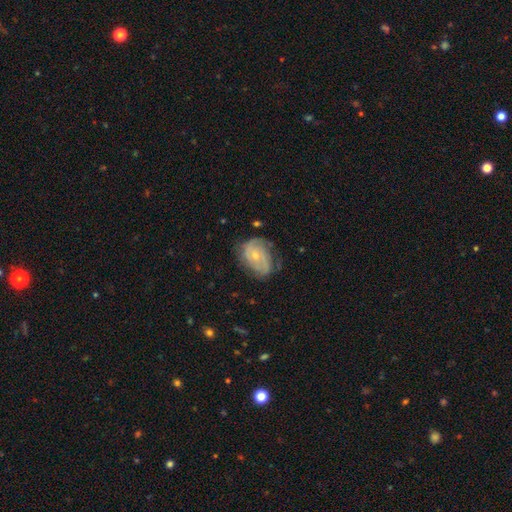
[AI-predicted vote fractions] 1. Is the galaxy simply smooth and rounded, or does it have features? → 69% featured or disk, 24% smooth, 7% star or artifact.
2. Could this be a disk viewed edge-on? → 97% no, 3% yes.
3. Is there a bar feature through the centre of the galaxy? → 73% no, 23% weak, 4% strong.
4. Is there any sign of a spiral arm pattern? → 87% yes, 13% no.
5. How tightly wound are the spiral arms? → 46% tight, 38% medium, 17% loose.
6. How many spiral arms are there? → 47% 2, 28% can't tell, 14% 3, 6% 1, 3% 4, 3% more than 4.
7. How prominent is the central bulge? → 62% small, 34% moderate, 2% none, 1% large, 1% dominant.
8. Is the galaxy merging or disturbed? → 60% none, 27% minor disturbance, 11% major disturbance, 2% merger.